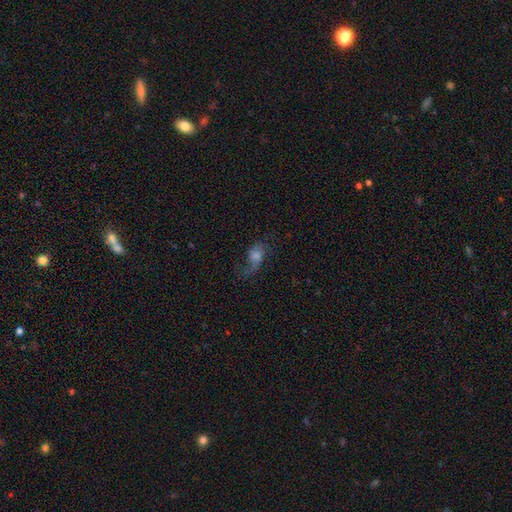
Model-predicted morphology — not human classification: A featured or disk galaxy (56%) with no bar (68%), spiral arms (86%) and a moderate central bulge (35%).

Vote fractions:
- Smooth or featured? featured or disk: 56% / smooth: 30% / star or artifact: 14%
- Edge-on disk? no: 93% / yes: 7%
- Bar? no: 68% / weak: 27% / strong: 5%
- Spiral arms? yes: 86% / no: 14%
- Bulge size? moderate: 35% / small: 25% / large: 21% / none: 14% / dominant: 6%
- Merging? none: 47% / major disturbance: 31% / minor disturbance: 20% / merger: 3%